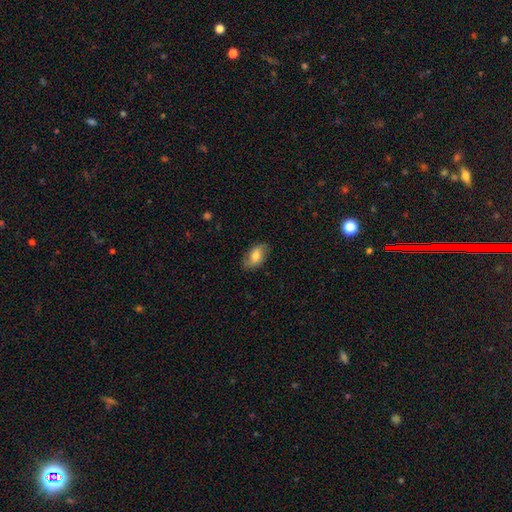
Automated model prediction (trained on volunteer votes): Smooth or featured: smooth — 71% (featured or disk — 22%)
How rounded: in between — 91% (round — 7%)
Merging: none — 79% (minor disturbance — 16%)